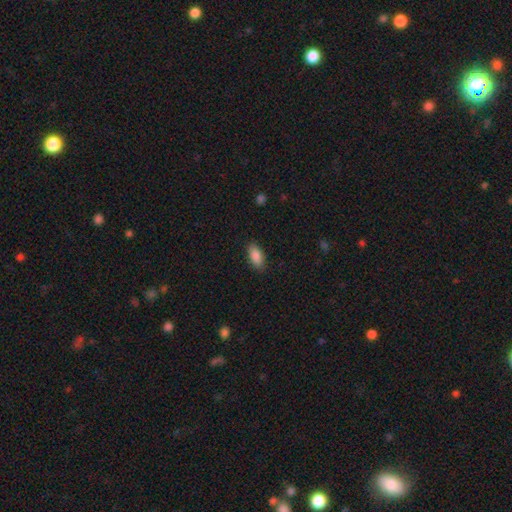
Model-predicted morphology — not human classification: type=smooth (89%); roundness=in between (90%); merging=none (87%).